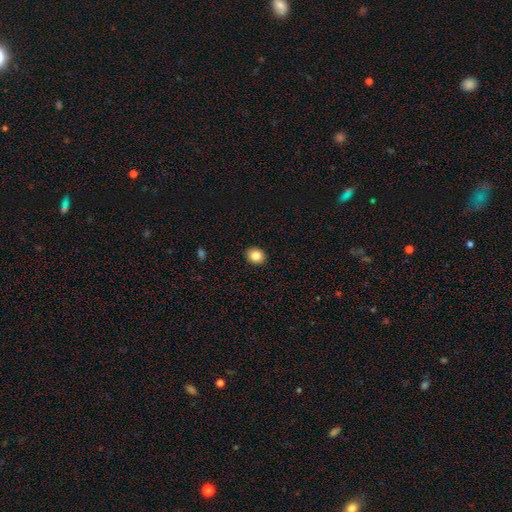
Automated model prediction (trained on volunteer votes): Q: Smooth or featured?
A: smooth (84%); runner-up: star or artifact (10%)
Q: How rounded?
A: round (65%); runner-up: in between (35%)
Q: Merging?
A: none (92%); runner-up: minor disturbance (6%)